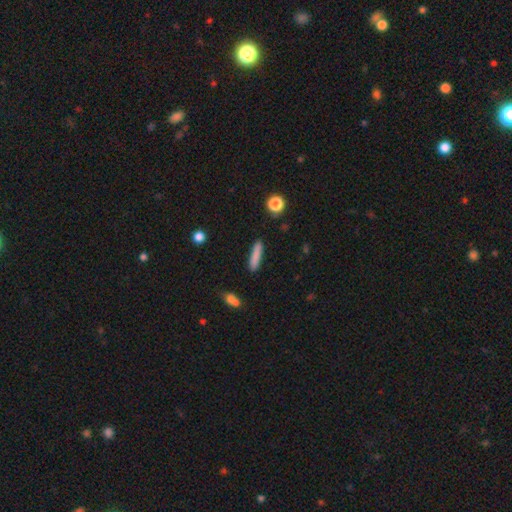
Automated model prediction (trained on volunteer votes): Q: Smooth or featured?
A: smooth (83%); runner-up: featured or disk (10%)
Q: How rounded?
A: cigar-shaped (87%); runner-up: in between (11%)
Q: Merging?
A: none (87%); runner-up: minor disturbance (9%)